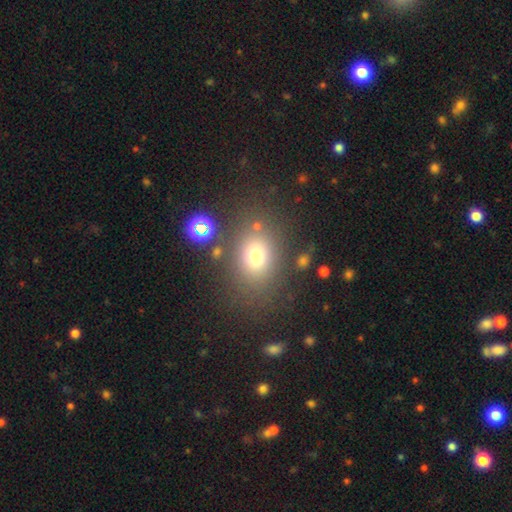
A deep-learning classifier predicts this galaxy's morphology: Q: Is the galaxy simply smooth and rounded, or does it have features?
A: smooth — 72%.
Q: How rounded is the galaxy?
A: round — 50%.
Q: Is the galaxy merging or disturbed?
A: none — 76%.